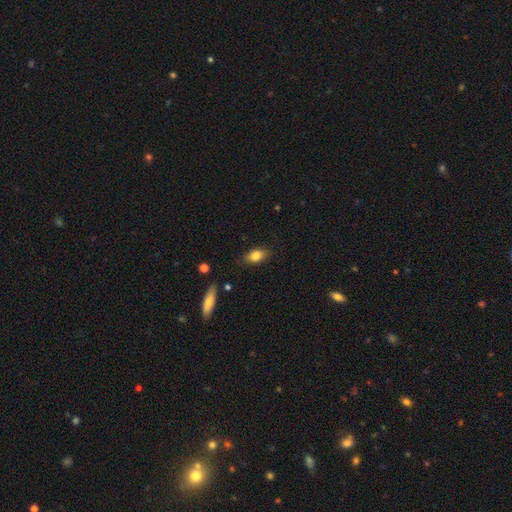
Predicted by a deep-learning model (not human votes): Q: Smooth or featured?
A: smooth (82%); runner-up: featured or disk (10%)
Q: How rounded?
A: in between (85%); runner-up: round (10%)
Q: Merging?
A: none (83%); runner-up: minor disturbance (13%)